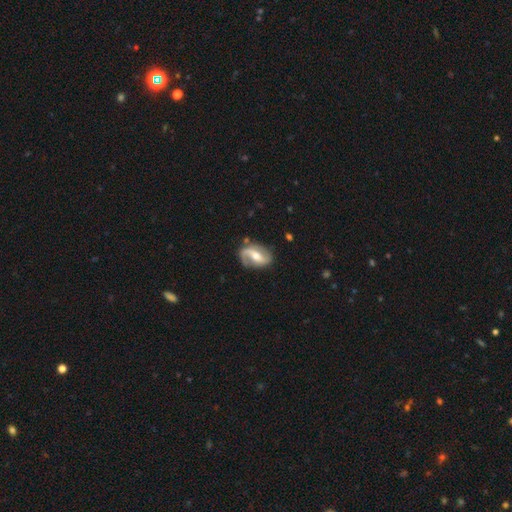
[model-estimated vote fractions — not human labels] Smooth or featured? featured or disk (82%)
Edge-on disk? no (96%)
Bar? weak (40%)
Spiral arms? yes (93%)
Spiral winding? loose (50%)
Spiral arm count? 2 (83%)
Bulge size? moderate (65%)
Merging? none (75%)